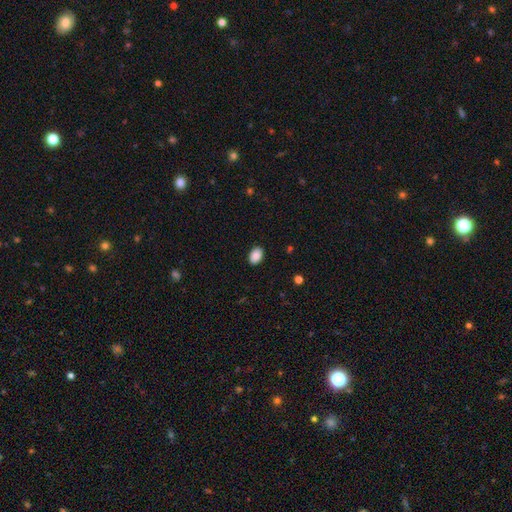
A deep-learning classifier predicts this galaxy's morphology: The model was most divided on "how rounded": in between: 83%, round: 16%, cigar-shaped: 1%. More confident: smooth or featured — smooth (89%); merging — none (89%).